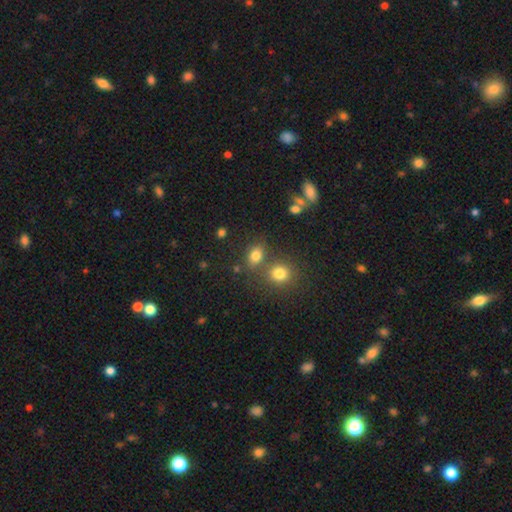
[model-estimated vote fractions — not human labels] Overall: smooth (78%). How rounded: in between (65%; round 33%). Merging: none (62%; merger 23%).